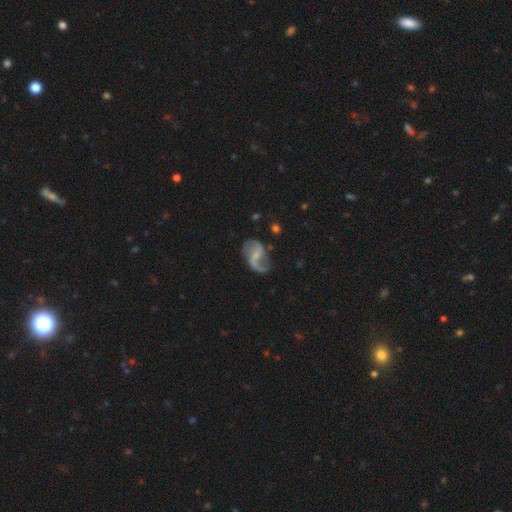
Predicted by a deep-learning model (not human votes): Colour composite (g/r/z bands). It shows a featured or disk galaxy (85%) with a weak bar (49%), 2 (87%) loose (70%) spiral arms (95%) and a small central bulge (51%). Merging: none (64%).